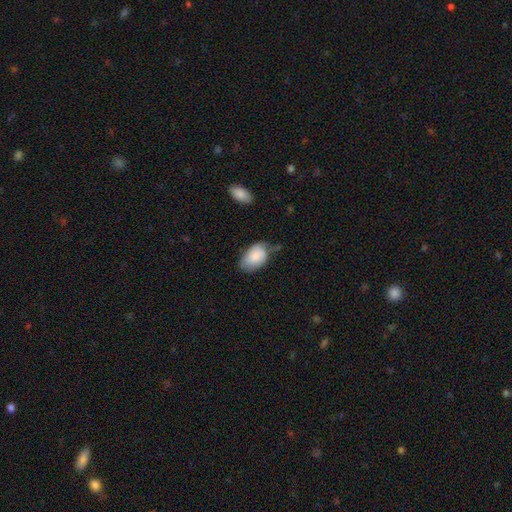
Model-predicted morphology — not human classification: The model was most divided on "merging": none: 48%, minor disturbance: 38%, major disturbance: 10%, merger: 4%. More confident: how rounded — in between (92%); smooth or featured — smooth (83%).